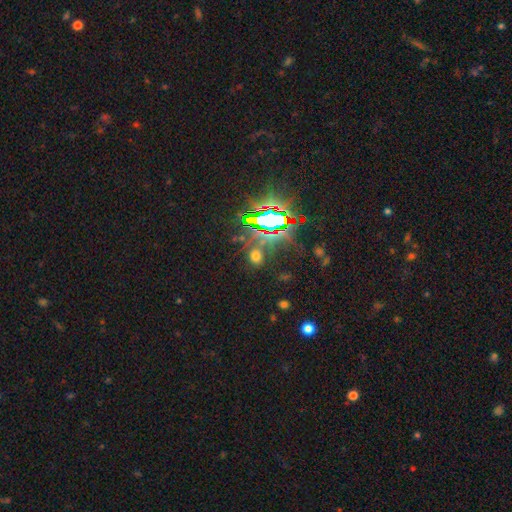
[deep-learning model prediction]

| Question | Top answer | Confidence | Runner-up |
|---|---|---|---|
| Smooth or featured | star or artifact | 47% | smooth (45%) |